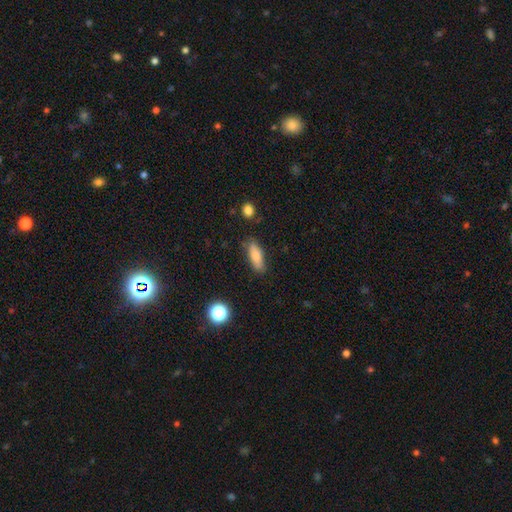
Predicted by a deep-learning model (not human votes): Overall: smooth (78%). How rounded: in between (57%; cigar-shaped 40%). Merging: none (81%).